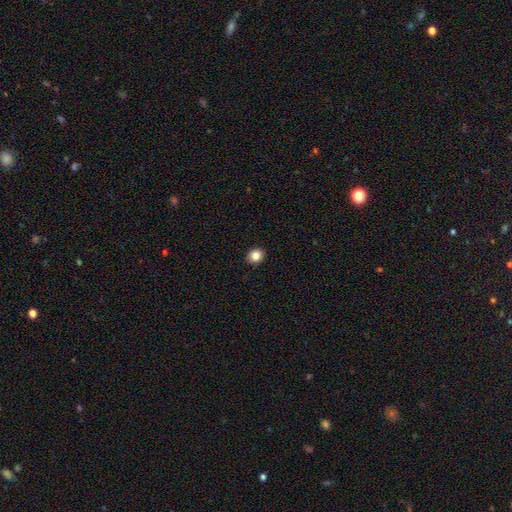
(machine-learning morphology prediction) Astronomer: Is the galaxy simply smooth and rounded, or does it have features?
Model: smooth — 84%.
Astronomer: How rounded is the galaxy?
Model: round — 74%.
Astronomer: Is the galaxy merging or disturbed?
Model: none — 92%.